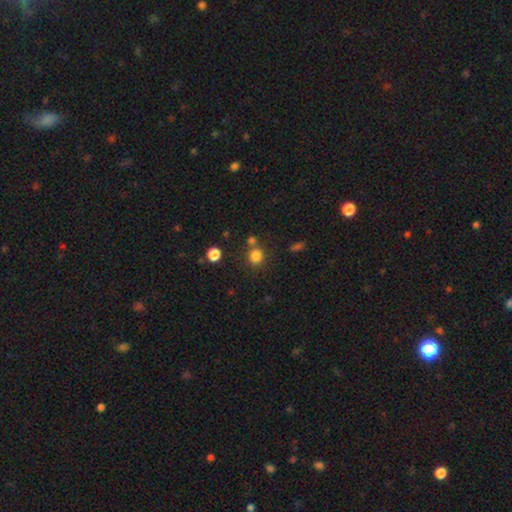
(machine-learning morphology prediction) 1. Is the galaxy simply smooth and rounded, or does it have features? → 81% smooth, 13% star or artifact, 5% featured or disk.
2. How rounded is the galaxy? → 77% round, 22% in between, 1% cigar-shaped.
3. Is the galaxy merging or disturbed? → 70% none, 16% merger, 10% minor disturbance, 4% major disturbance.